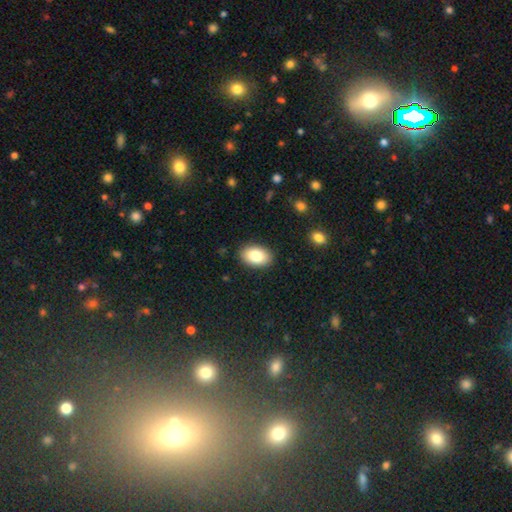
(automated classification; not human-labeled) This appears to be a smooth galaxy with no disk features (84%) that is in between round and cigar-shaped (91%). Merging: none (88%).